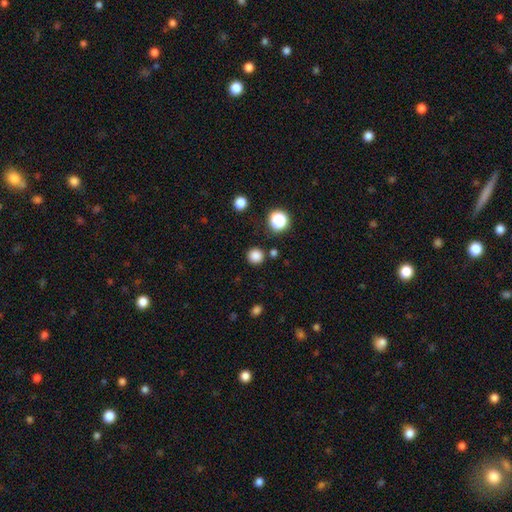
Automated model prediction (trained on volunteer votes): Smooth or featured: smooth — 82% (star or artifact — 14%)
How rounded: round — 94% (in between — 5%)
Merging: none — 88% (minor disturbance — 6%)